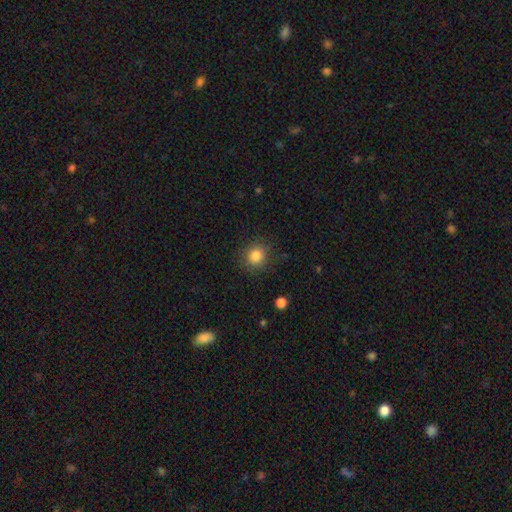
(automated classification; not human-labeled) smooth_or_featured: smooth (p=0.84) [alt: star or artifact p=0.11]
how_rounded: round (p=0.84) [alt: in between p=0.15]
merging: none (p=0.85) [alt: minor disturbance p=0.10]